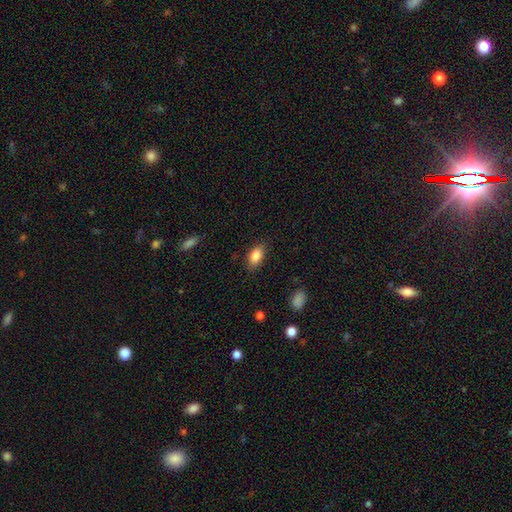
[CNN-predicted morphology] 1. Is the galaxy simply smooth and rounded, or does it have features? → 85% smooth, 8% star or artifact, 7% featured or disk.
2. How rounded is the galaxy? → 89% in between, 6% round, 5% cigar-shaped.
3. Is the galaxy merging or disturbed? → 84% none, 12% minor disturbance, 3% major disturbance, 1% merger.